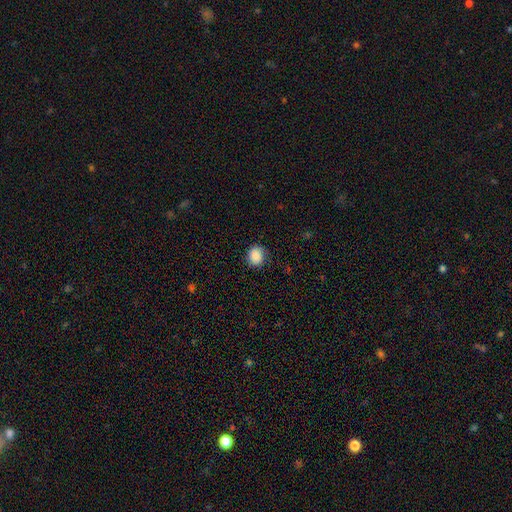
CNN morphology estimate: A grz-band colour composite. It shows a smooth galaxy with no disk features (88%) that is round (73%). Merging: none (84%).